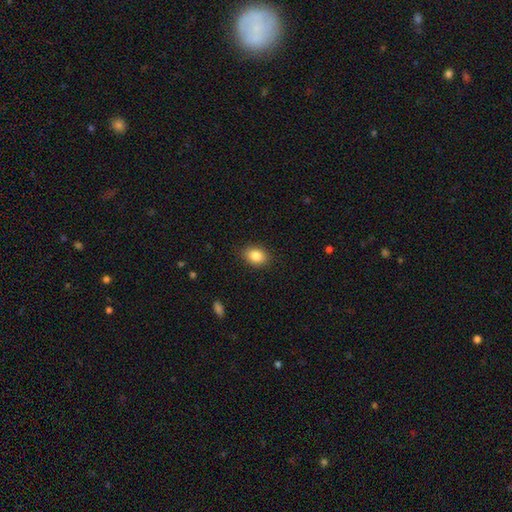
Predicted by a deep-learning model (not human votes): Overall: smooth (86%). How rounded: in between (75%). Merging: none (87%).